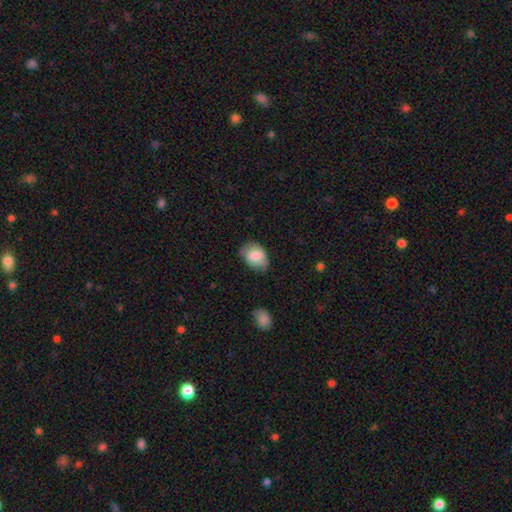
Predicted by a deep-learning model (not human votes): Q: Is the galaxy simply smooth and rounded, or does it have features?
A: smooth — 78%.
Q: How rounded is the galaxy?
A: in between — 72%.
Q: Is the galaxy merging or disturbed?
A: none — 55%.